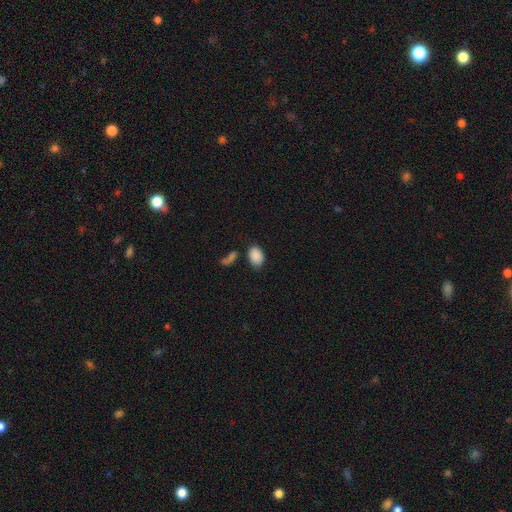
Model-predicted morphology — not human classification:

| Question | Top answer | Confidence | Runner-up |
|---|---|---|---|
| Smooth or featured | smooth | 88% | star or artifact (8%) |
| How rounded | in between | 85% | round (14%) |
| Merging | none | 70% | minor disturbance (16%) |